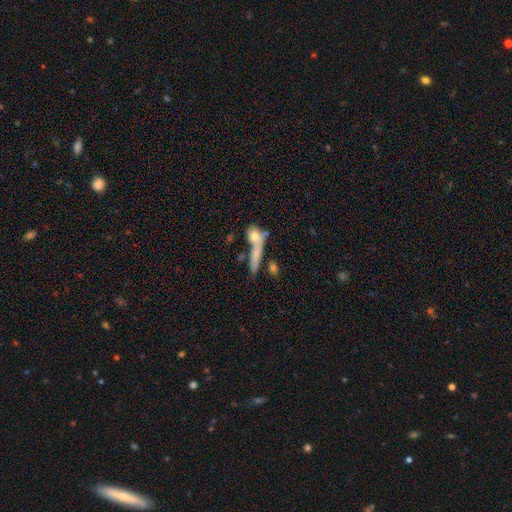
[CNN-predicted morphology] smooth-or-featured: smooth: 66% | featured or disk: 24% | star or artifact: 9%
  how-rounded: cigar-shaped: 69% | in between: 20% | round: 12%
  merging: none: 50% | merger: 28% | minor disturbance: 13% | major disturbance: 8%